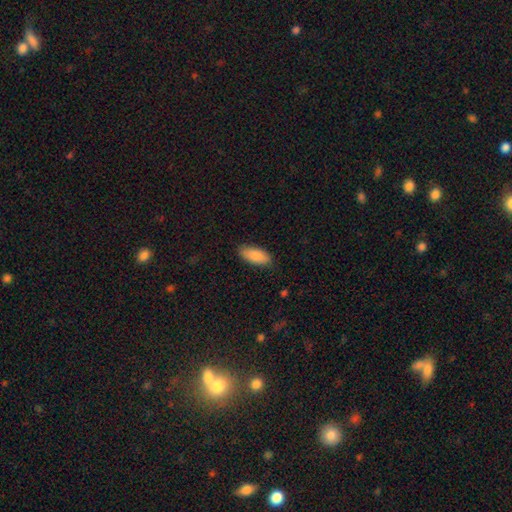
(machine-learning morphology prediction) Smooth or featured? Predicted: smooth (p=0.85). How rounded? Predicted: in between (p=0.87). Merging? Predicted: none (p=0.85).